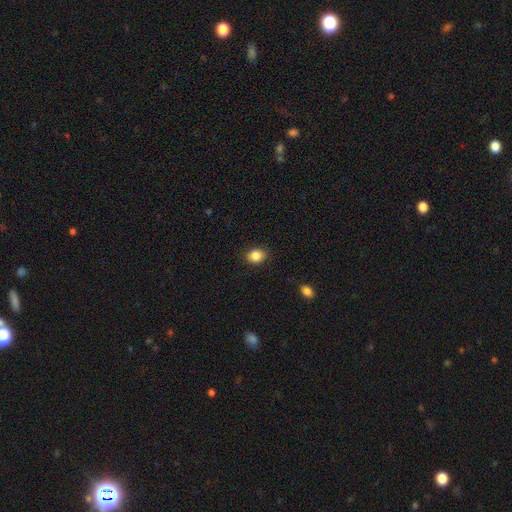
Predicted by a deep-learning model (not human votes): The model was most divided on "how rounded": in between: 50%, round: 49%, cigar-shaped: 1%. More confident: merging — none (86%); smooth or featured — smooth (86%).